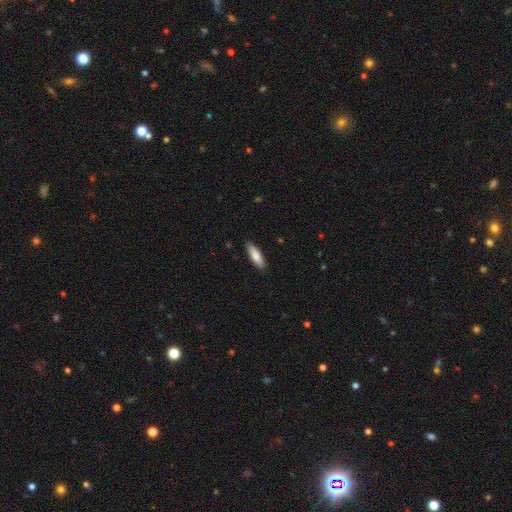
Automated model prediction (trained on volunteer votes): Smooth or featured?
  - smooth: 82% *
  - featured or disk: 12%
  - star or artifact: 5%
How rounded?
  - cigar-shaped: 53% *
  - in between: 46%
  - round: 2%
Merging?
  - none: 88% *
  - minor disturbance: 9%
  - major disturbance: 2%
  - merger: 1%